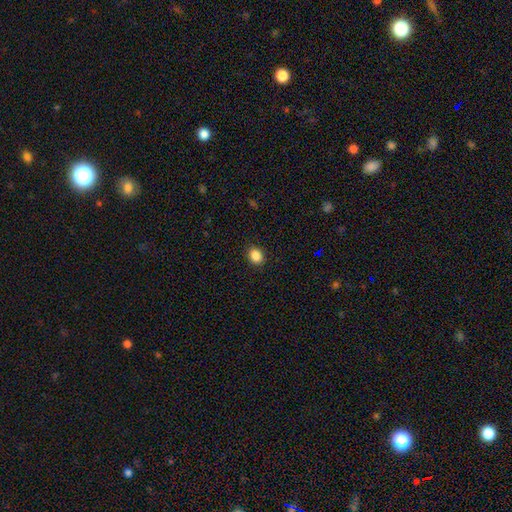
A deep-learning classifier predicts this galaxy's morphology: smooth-or-featured: smooth: 87% | star or artifact: 10% | featured or disk: 3%
  how-rounded: round: 62% | in between: 37% | cigar-shaped: 1%
  merging: none: 91% | minor disturbance: 6% | major disturbance: 2% | merger: 1%